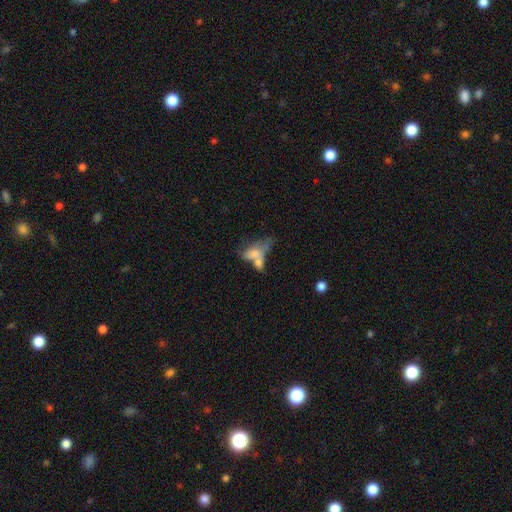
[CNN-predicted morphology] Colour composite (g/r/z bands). It shows a smooth galaxy with no disk features (63%) that is in between round and cigar-shaped (81%). Merging: merger (58%).